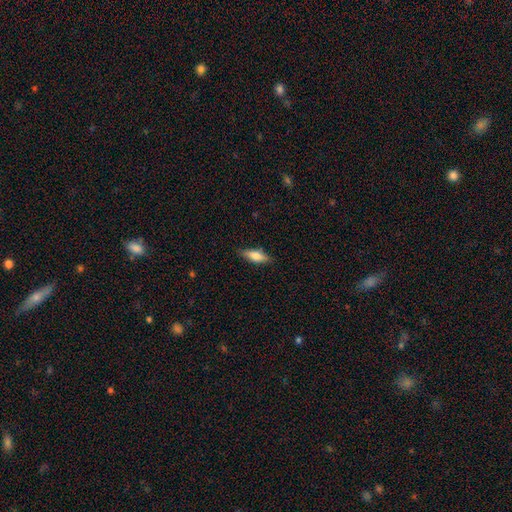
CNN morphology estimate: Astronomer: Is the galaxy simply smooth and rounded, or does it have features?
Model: smooth — 76%.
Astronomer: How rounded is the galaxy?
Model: in between — 59% (runner-up: cigar-shaped, 38%).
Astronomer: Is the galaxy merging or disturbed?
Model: none — 84%.